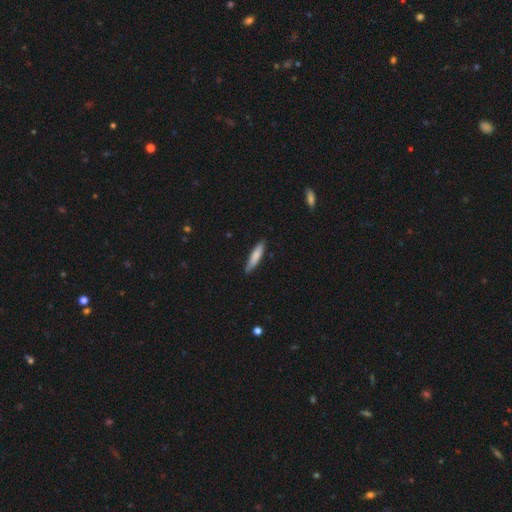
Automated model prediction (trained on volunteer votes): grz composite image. It shows a smooth galaxy with no disk features (79%) that is cigar-shaped (84%). Merging: none (85%).